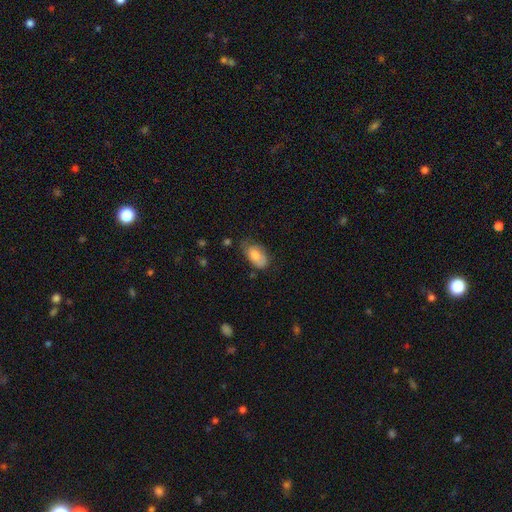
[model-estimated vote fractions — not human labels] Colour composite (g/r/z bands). It shows a smooth galaxy with no disk features (78%) that is in between round and cigar-shaped (93%). Merging: none (51%).